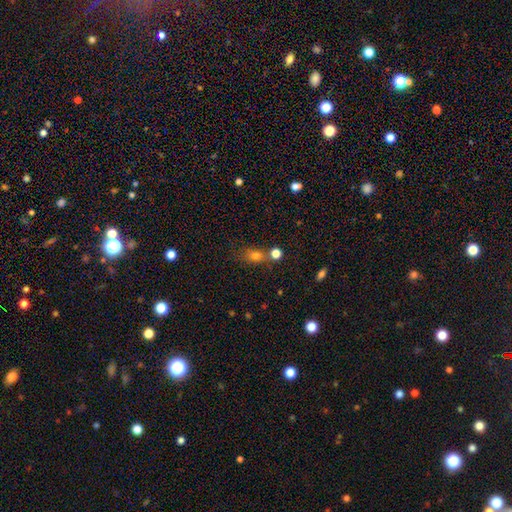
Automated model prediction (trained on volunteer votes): This is likely a smooth galaxy (73%). How rounded: possibly in between (56%). Merging: possibly none (52%).